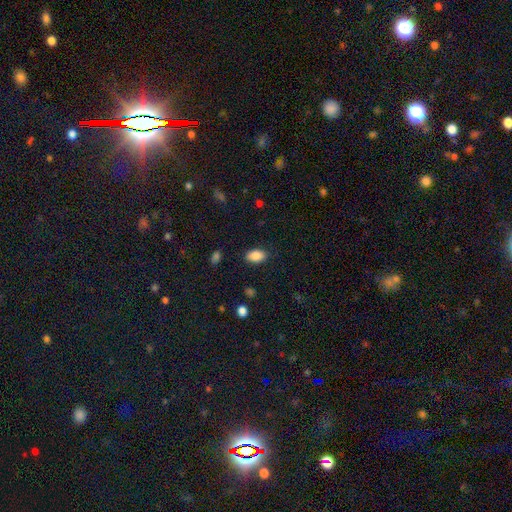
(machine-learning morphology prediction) type=smooth (88%); roundness=in between (91%); merging=none (86%).